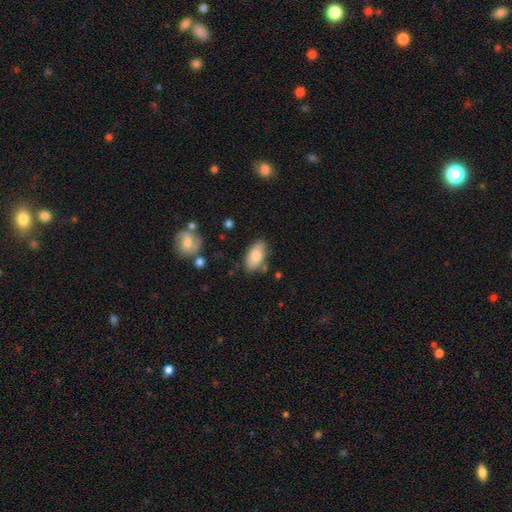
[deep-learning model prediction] Q: Smooth or featured?
A: smooth (80%); runner-up: featured or disk (14%)
Q: How rounded?
A: in between (93%); runner-up: cigar-shaped (4%)
Q: Merging?
A: none (77%); runner-up: minor disturbance (16%)